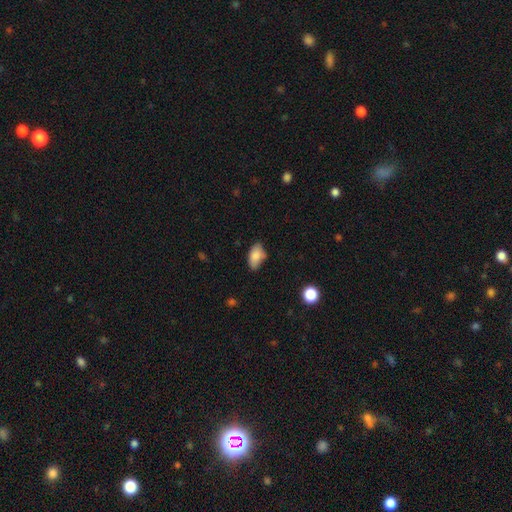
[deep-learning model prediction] Morphology: type=smooth (84%); roundness=in between (92%); merging=none (67%).